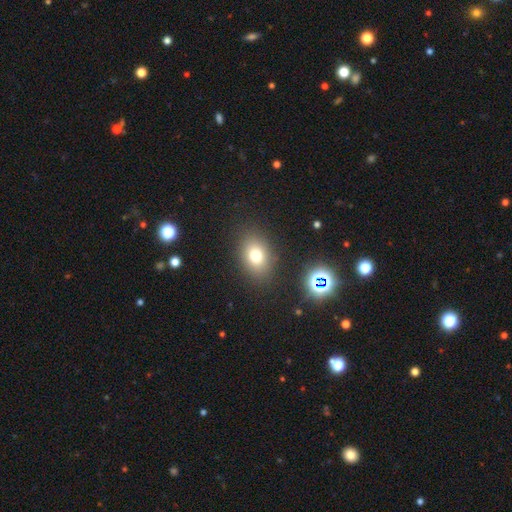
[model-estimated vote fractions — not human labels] This is likely a smooth galaxy (74%). How rounded: likely in between (69%). Merging: clearly none (86%).